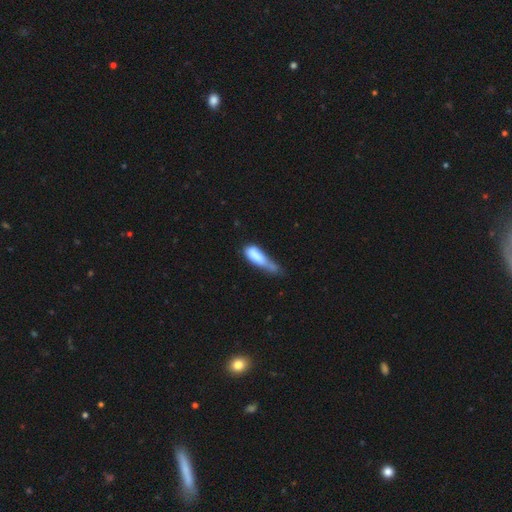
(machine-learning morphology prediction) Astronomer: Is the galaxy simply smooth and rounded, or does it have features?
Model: smooth — 76%.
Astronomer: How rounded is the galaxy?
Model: cigar-shaped — 53% (runner-up: in between, 45%).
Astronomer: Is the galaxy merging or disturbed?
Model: minor disturbance — 34% (runner-up: major disturbance, 30%).